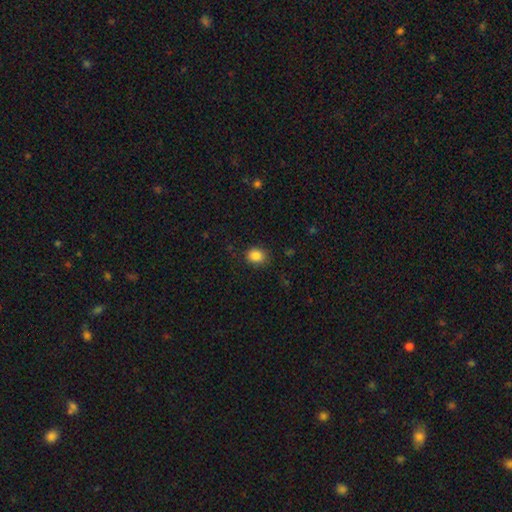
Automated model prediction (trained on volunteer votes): Morphology: type=smooth (85%); roundness=round (61%); merging=none (84%).